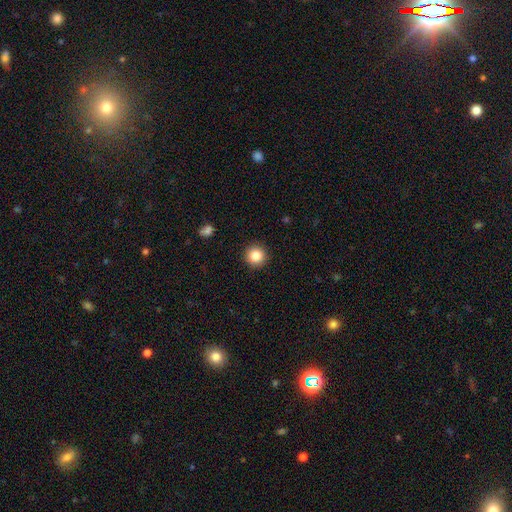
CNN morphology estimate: Smooth or featured? Predicted: smooth (p=0.86). How rounded? Predicted: round (p=0.95). Merging? Predicted: none (p=0.92).